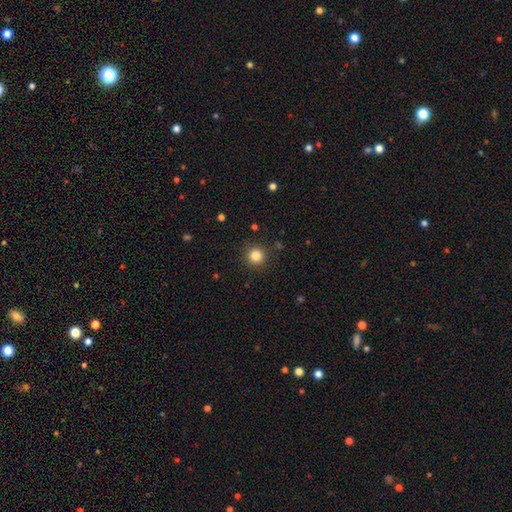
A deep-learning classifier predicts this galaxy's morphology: Smooth or featured? Predicted: smooth (p=0.83). How rounded? Predicted: round (p=0.95). Merging? Predicted: none (p=0.90).